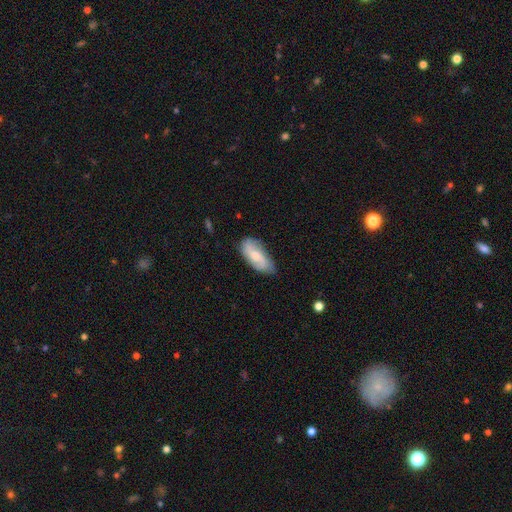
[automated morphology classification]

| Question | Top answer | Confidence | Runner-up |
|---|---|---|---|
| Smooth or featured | smooth | 52% | featured or disk (41%) |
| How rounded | in between | 85% | cigar-shaped (12%) |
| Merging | none | 71% | minor disturbance (23%) |